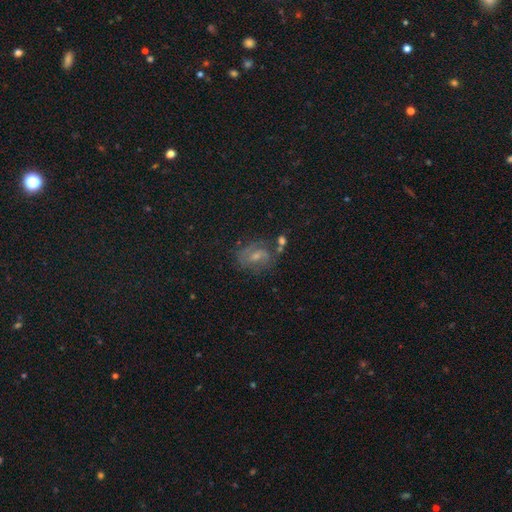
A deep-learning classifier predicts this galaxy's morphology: This appears to be a featured or disk galaxy (56%) with a weak bar (51%), spiral arms (80%) and a small central bulge (44%, tied with moderate). Merging: none (60%).